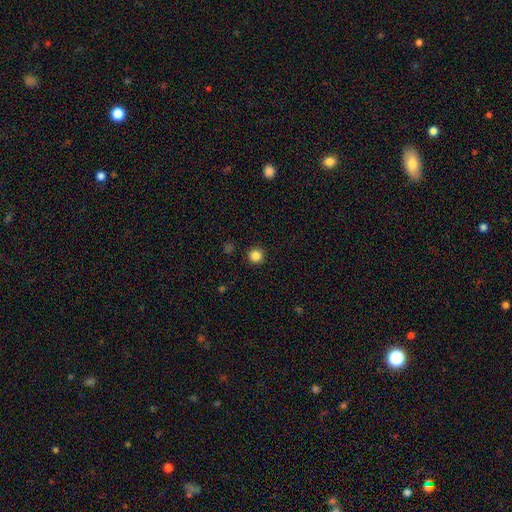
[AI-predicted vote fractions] smooth 85%, star or artifact 11%, featured or disk 4%. Down the decision tree: how rounded — round (96%); merging — none (93%).